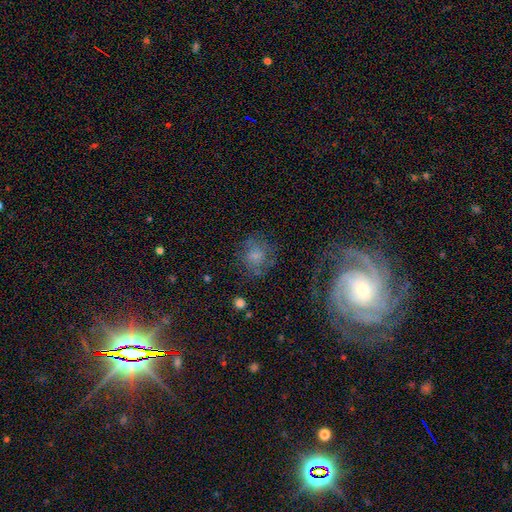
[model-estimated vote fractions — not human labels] The model was most divided on "smooth or featured": smooth: 49%, featured or disk: 33%, star or artifact: 18%. More confident: merging — none (62%).